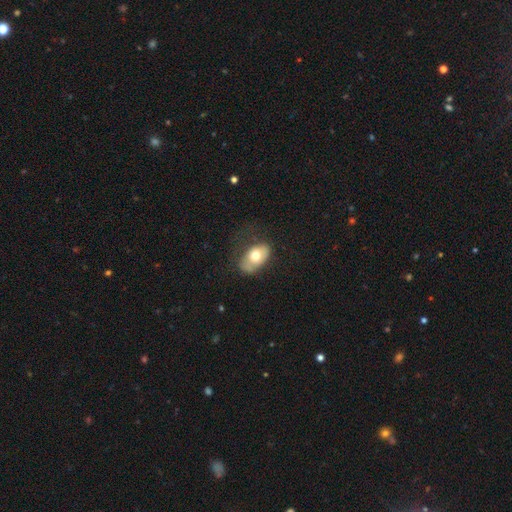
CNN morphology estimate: The model was most divided on "merging": none: 49%, minor disturbance: 30%, major disturbance: 19%, merger: 2%. More confident: how rounded — in between (89%); smooth or featured — smooth (66%).